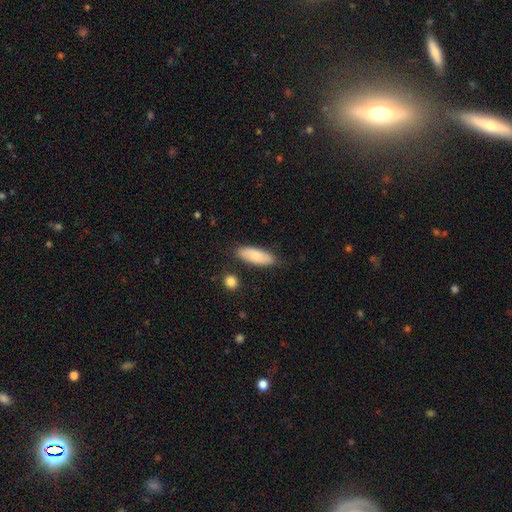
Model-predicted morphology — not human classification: This appears to be a smooth galaxy with no disk features (77%) that is in between round and cigar-shaped (70%). Merging: none (80%).